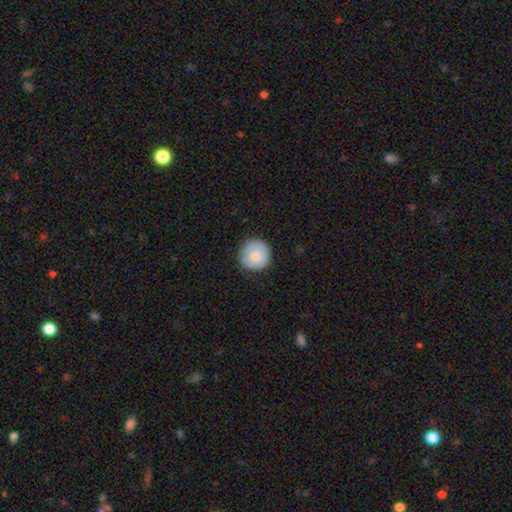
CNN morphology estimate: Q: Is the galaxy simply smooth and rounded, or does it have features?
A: smooth — 85%.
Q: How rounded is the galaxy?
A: round — 96%.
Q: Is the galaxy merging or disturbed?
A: none — 89%.